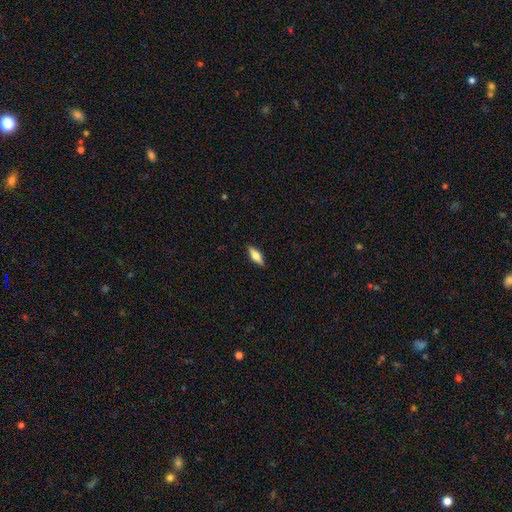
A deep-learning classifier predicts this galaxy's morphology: A smooth galaxy with no disk features (56%) that is in between round and cigar-shaped (55%).

Vote fractions:
- Smooth or featured? smooth: 56% / featured or disk: 37% / star or artifact: 7%
- How rounded? in between: 55% / cigar-shaped: 42% / round: 3%
- Merging? none: 89% / minor disturbance: 8% / major disturbance: 2% / merger: 1%